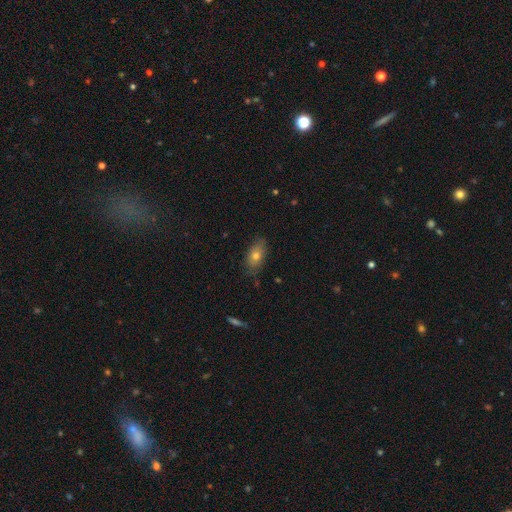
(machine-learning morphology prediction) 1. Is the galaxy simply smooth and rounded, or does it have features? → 71% smooth, 20% featured or disk, 9% star or artifact.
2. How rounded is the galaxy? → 86% in between, 8% round, 6% cigar-shaped.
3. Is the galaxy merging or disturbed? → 78% none, 18% minor disturbance, 3% major disturbance, 1% merger.